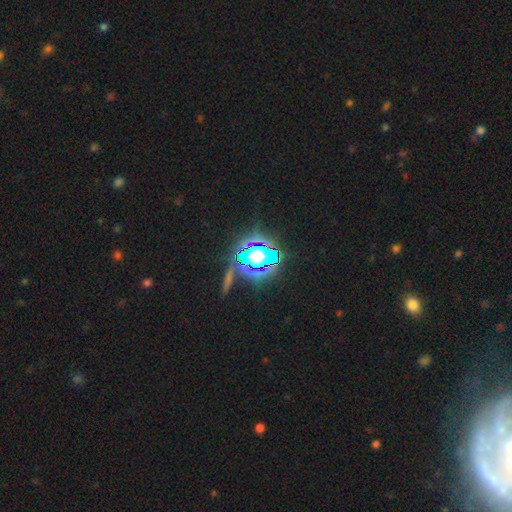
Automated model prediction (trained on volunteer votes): A star or artifact, not a galaxy (83%).